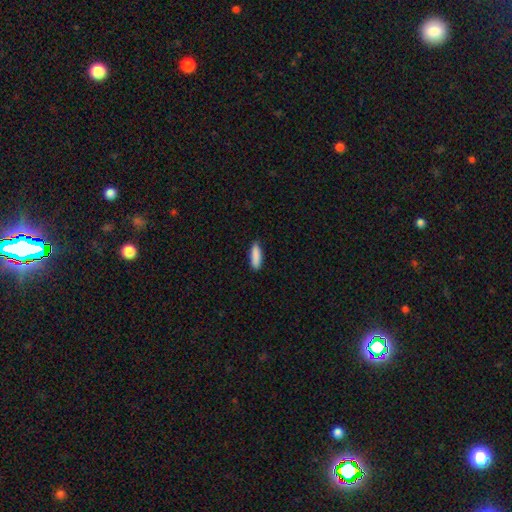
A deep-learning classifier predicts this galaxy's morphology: smooth_or_featured: smooth (p=0.89) [alt: star or artifact p=0.06]
how_rounded: cigar-shaped (p=0.57) [alt: in between p=0.42]
merging: none (p=0.87) [alt: minor disturbance p=0.10]